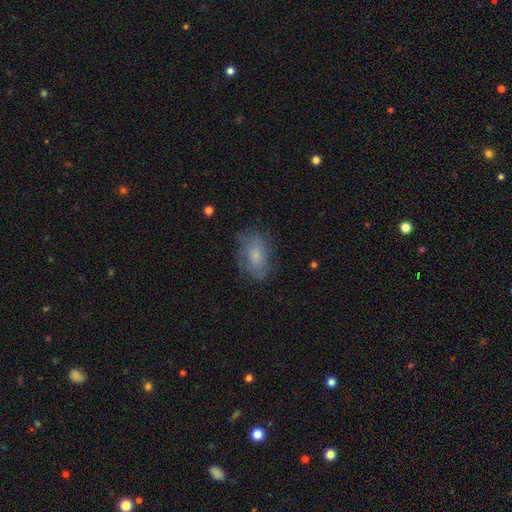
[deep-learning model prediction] Smooth or featured?
  - smooth: 63% *
  - featured or disk: 29%
  - star or artifact: 8%
How rounded?
  - in between: 84% *
  - round: 14%
  - cigar-shaped: 2%
Merging?
  - none: 64% *
  - minor disturbance: 24%
  - major disturbance: 11%
  - merger: 1%